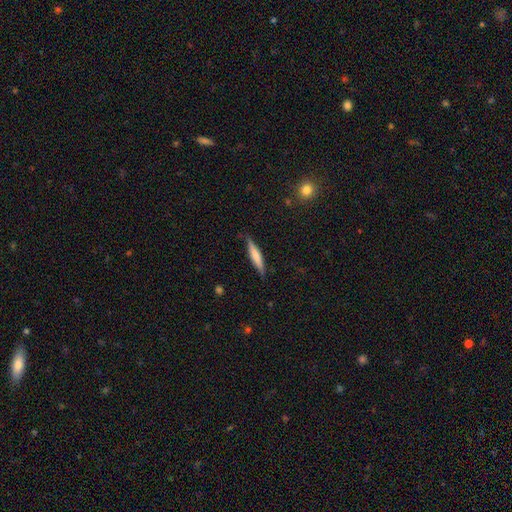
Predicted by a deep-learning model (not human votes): Smooth or featured?
  - smooth: 59% *
  - featured or disk: 35%
  - star or artifact: 6%
How rounded?
  - cigar-shaped: 88% *
  - in between: 10%
  - round: 1%
Merging?
  - none: 84% *
  - minor disturbance: 12%
  - major disturbance: 2%
  - merger: 1%